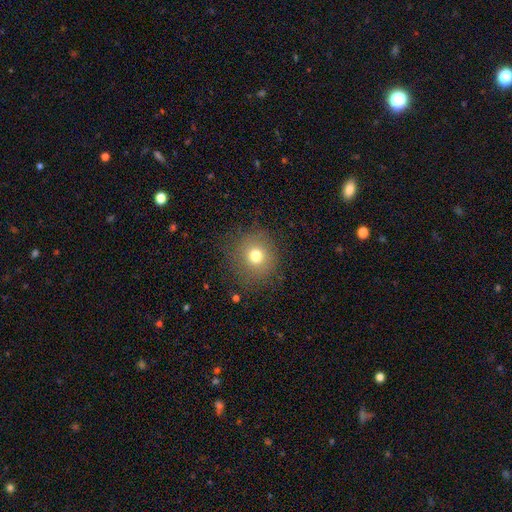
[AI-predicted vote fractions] Smooth or featured? smooth (74%)
How rounded? round (89%)
Merging? none (84%)